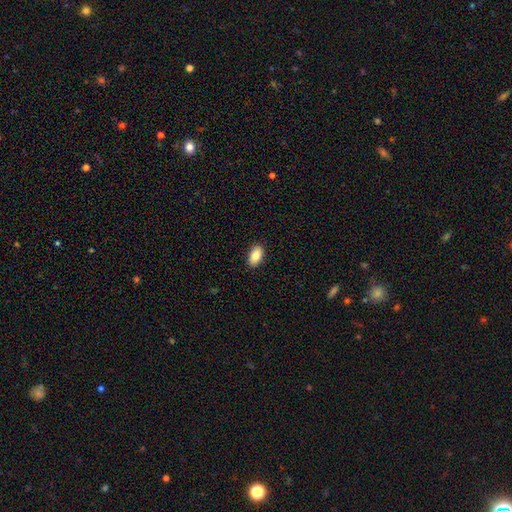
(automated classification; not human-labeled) Smooth or featured? smooth (83%)
How rounded? in between (92%)
Merging? none (89%)